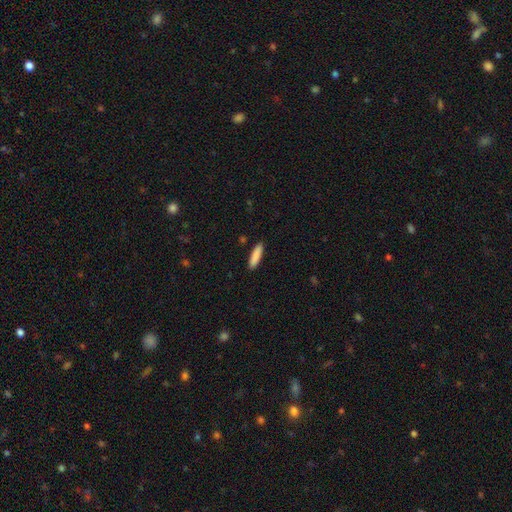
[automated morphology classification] Smooth or featured: smooth — 88% (featured or disk — 6%)
How rounded: cigar-shaped — 75% (in between — 24%)
Merging: none — 90% (minor disturbance — 7%)